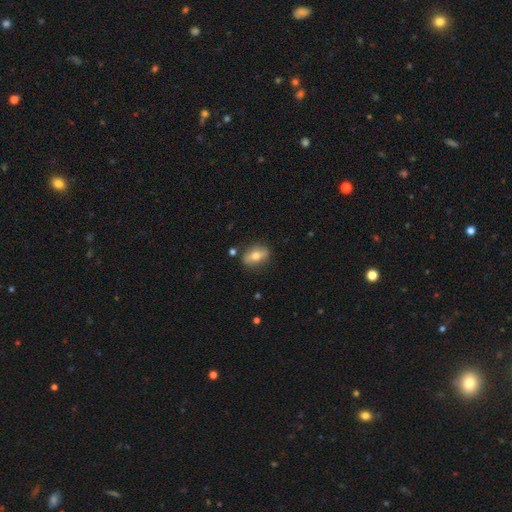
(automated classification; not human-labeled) smooth-or-featured: smooth: 53% | featured or disk: 39% | star or artifact: 8%
  how-rounded: in between: 74% | round: 18% | cigar-shaped: 8%
  merging: none: 81% | minor disturbance: 13% | major disturbance: 3% | merger: 2%